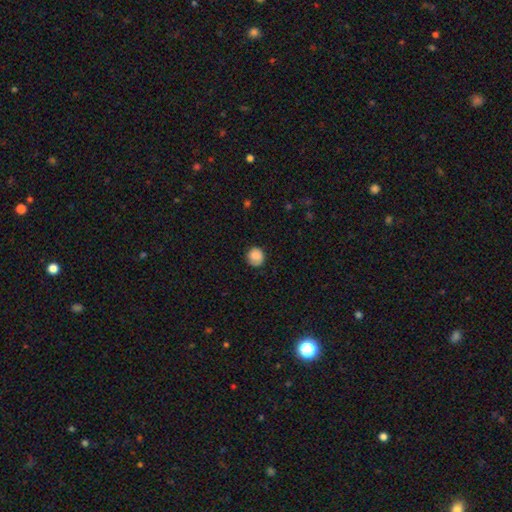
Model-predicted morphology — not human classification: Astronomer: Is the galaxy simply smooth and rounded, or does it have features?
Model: smooth — 80%.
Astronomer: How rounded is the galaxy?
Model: round — 88%.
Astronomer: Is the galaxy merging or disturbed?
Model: none — 76%.